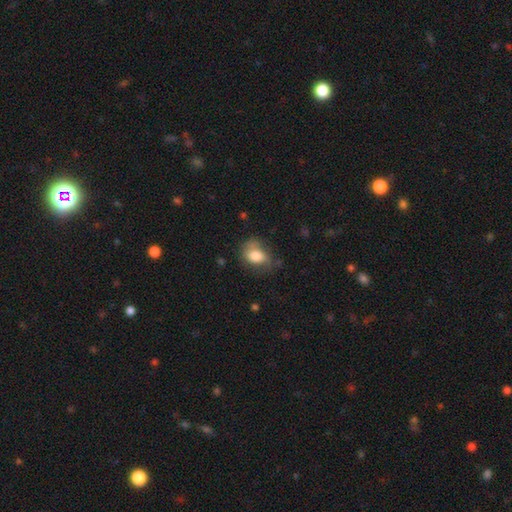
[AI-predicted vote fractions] Overall: smooth (76%). How rounded: in between (73%). Merging: none (50%; minor disturbance 31%).